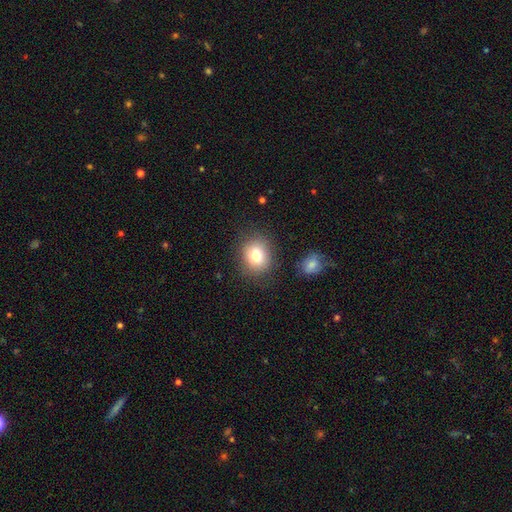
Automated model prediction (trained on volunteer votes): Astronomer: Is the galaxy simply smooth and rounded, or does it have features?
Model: smooth — 79%.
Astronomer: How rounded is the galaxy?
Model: round — 62%.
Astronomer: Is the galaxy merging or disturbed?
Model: none — 81%.